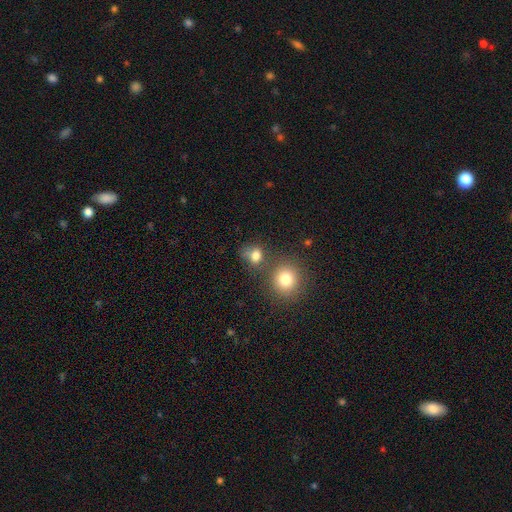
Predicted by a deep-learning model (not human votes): A smooth galaxy with no disk features (77%) that is round (63%). Merging: none (54%).